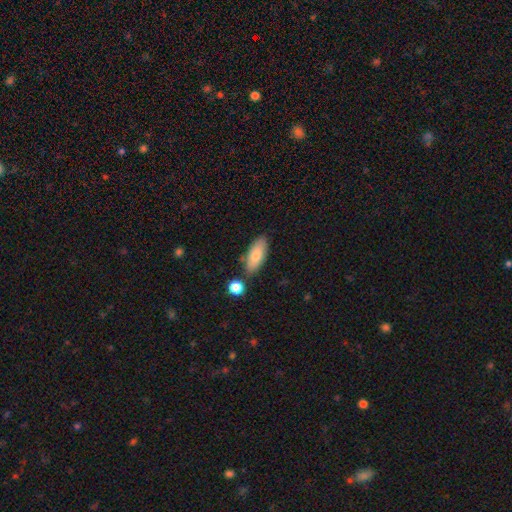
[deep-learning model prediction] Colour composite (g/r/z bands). It shows a smooth galaxy with no disk features (78%) that is in between round and cigar-shaped (81%). Merging: none (78%).